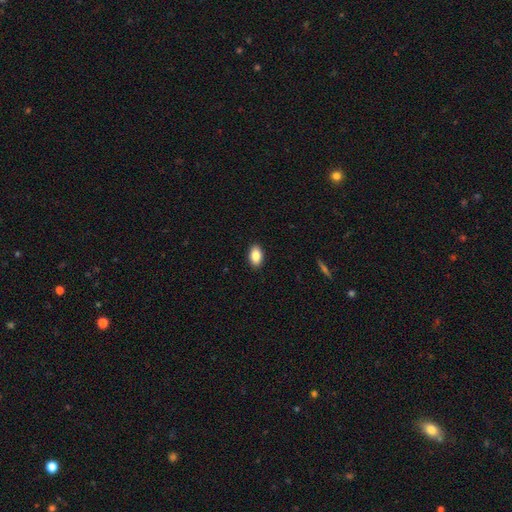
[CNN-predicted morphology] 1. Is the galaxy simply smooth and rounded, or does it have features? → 87% smooth, 7% star or artifact, 6% featured or disk.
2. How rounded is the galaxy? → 92% in between, 6% round, 2% cigar-shaped.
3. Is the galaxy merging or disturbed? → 90% none, 7% minor disturbance, 2% major disturbance, 1% merger.